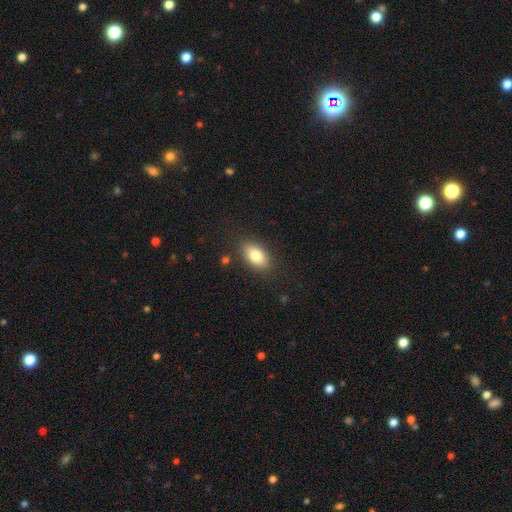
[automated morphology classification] A smooth galaxy with no disk features (81%) that is in between round and cigar-shaped (90%). Merging: none (85%).